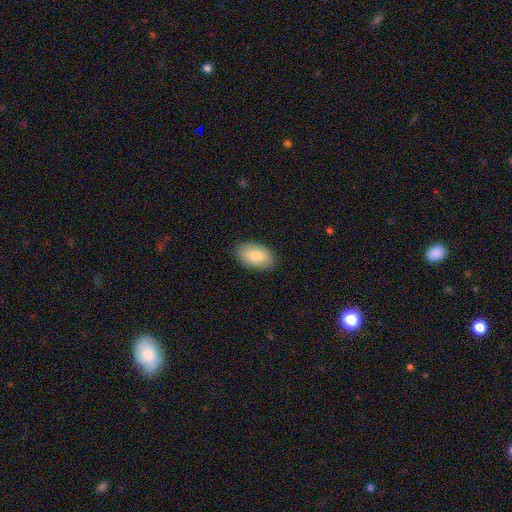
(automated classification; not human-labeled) This is clearly a smooth galaxy (80%). How rounded: clearly in between (93%). Merging: clearly none (88%).